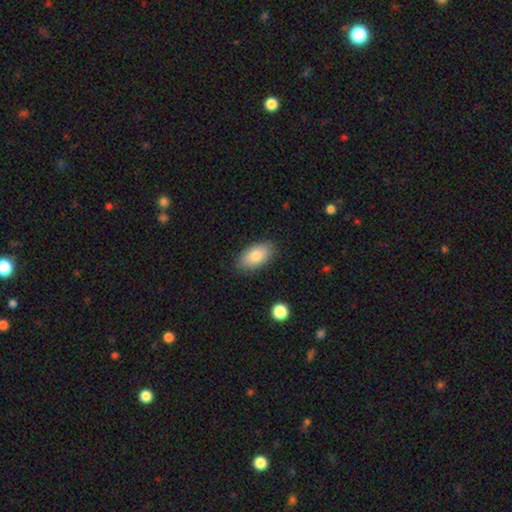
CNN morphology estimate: Smooth or featured?
  - smooth: 82% *
  - featured or disk: 11%
  - star or artifact: 7%
How rounded?
  - in between: 94% *
  - round: 3%
  - cigar-shaped: 3%
Merging?
  - none: 85% *
  - minor disturbance: 11%
  - major disturbance: 2%
  - merger: 1%